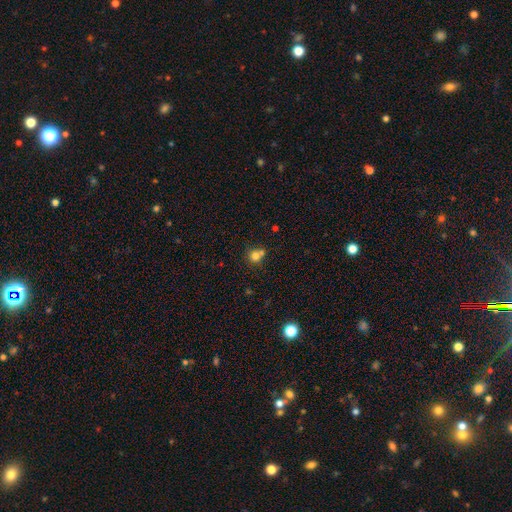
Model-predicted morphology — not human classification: Smooth or featured? Predicted: smooth (p=0.76). How rounded? Predicted: round (p=0.86). Merging? Predicted: none (p=0.49).